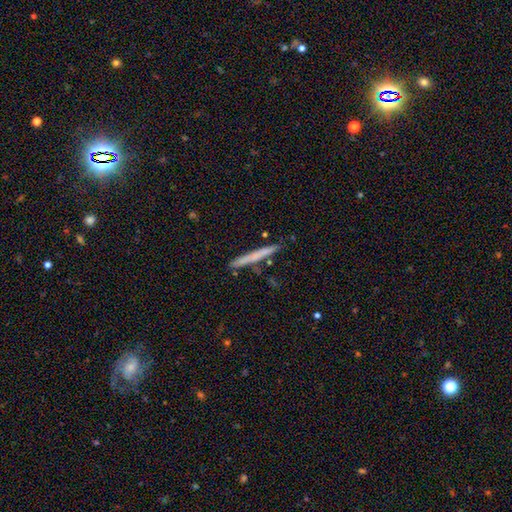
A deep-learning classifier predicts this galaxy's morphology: Smooth or featured: smooth — 59% (featured or disk — 35%)
How rounded: cigar-shaped — 97% (in between — 2%)
Merging: none — 88% (minor disturbance — 8%)